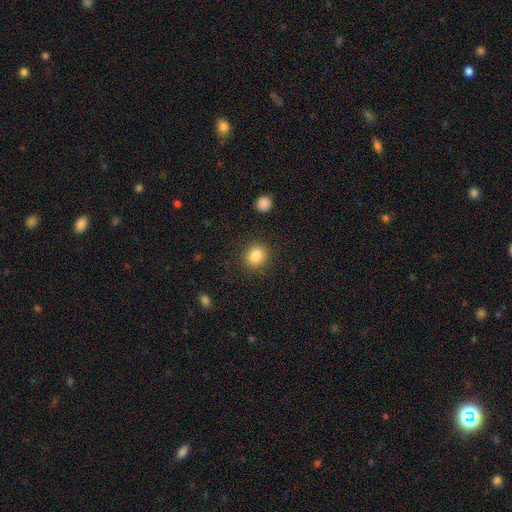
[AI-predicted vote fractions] A smooth galaxy with no disk features (85%) that is round (71%). Merging: none (86%).